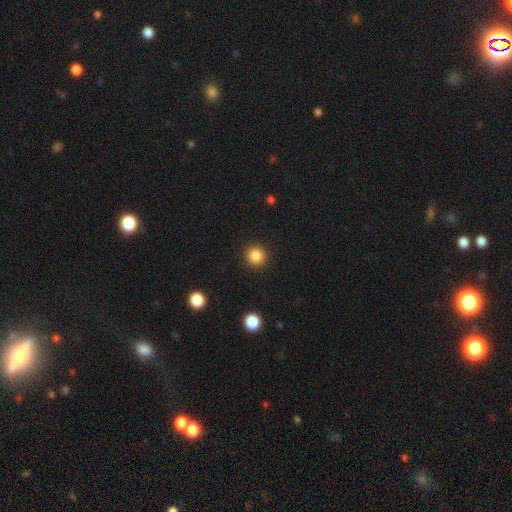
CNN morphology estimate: type=smooth (86%); roundness=round (93%); merging=none (92%).